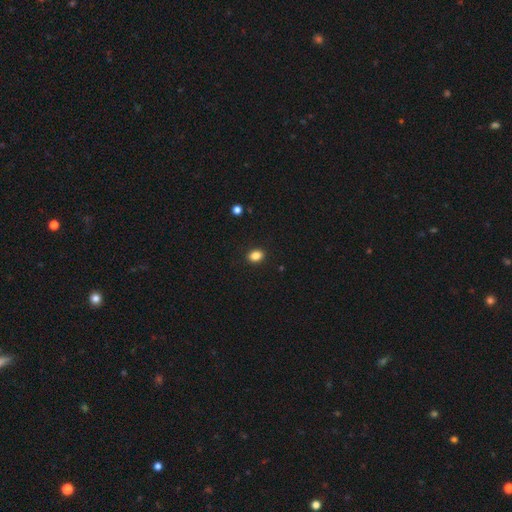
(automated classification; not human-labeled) A smooth galaxy with no disk features (86%) that is in between round and cigar-shaped (64%).

Vote fractions:
- Smooth or featured? smooth: 86% / star or artifact: 10% / featured or disk: 4%
- How rounded? in between: 64% / round: 35% / cigar-shaped: 1%
- Merging? none: 91% / minor disturbance: 7% / major disturbance: 2% / merger: 1%